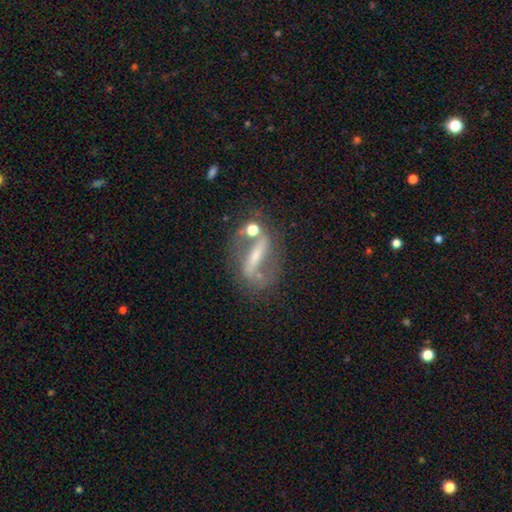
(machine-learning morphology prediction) A featured or disk galaxy (69%). Merging: none (54%).